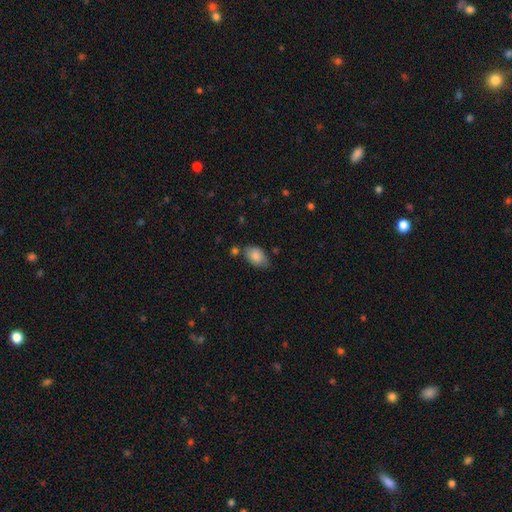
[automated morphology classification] smooth-or-featured: smooth: 85% | featured or disk: 7% | star or artifact: 7%
  how-rounded: in between: 87% | round: 11% | cigar-shaped: 1%
  merging: none: 60% | minor disturbance: 27% | merger: 7% | major disturbance: 5%